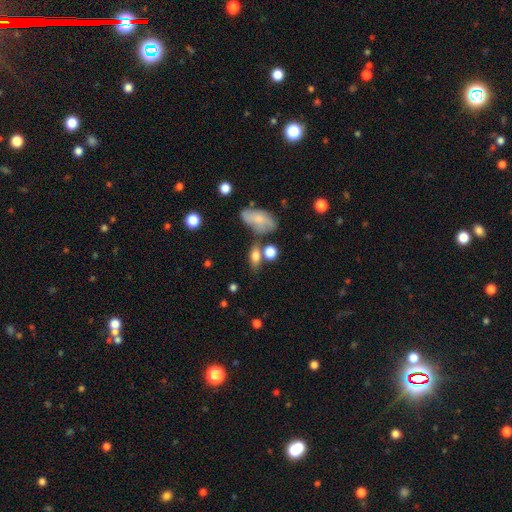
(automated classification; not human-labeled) Smooth or featured: smooth — 72% (featured or disk — 18%)
How rounded: in between — 71% (round — 16%)
Merging: none — 59% (merger — 20%)